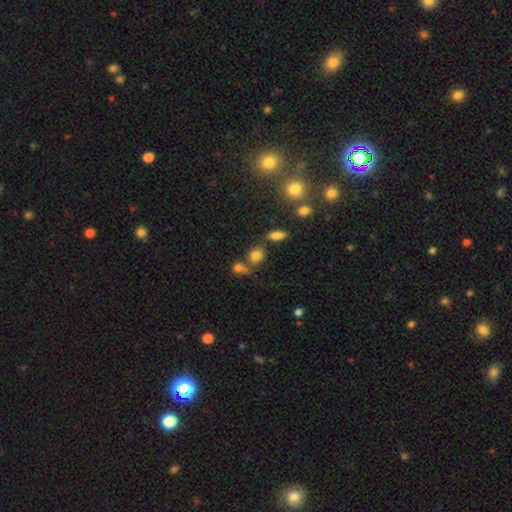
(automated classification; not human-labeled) Smooth or featured: smooth — 79% (star or artifact — 14%)
How rounded: round — 55% (in between — 42%)
Merging: none — 60% (merger — 22%)